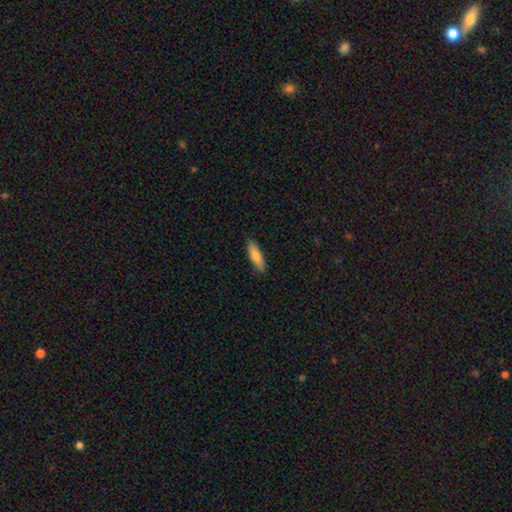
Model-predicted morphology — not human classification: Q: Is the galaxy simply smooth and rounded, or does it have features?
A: smooth — 81%.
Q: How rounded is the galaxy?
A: cigar-shaped — 56%.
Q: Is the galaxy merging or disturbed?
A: none — 88%.